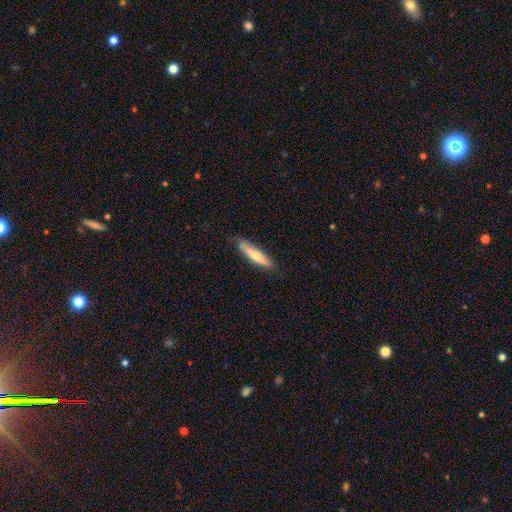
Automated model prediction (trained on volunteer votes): A smooth galaxy with no disk features (62%) that is cigar-shaped (82%).

Vote fractions:
- Smooth or featured? smooth: 62% / featured or disk: 33% / star or artifact: 6%
- How rounded? cigar-shaped: 82% / in between: 17% / round: 1%
- Merging? none: 83% / minor disturbance: 14% / major disturbance: 2% / merger: 1%